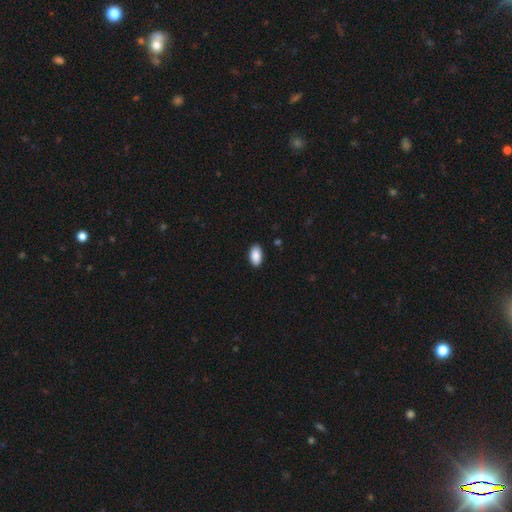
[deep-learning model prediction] The model was most divided on "merging": none: 89%, minor disturbance: 8%, major disturbance: 2%, merger: 1%. More confident: how rounded — in between (94%); smooth or featured — smooth (90%).